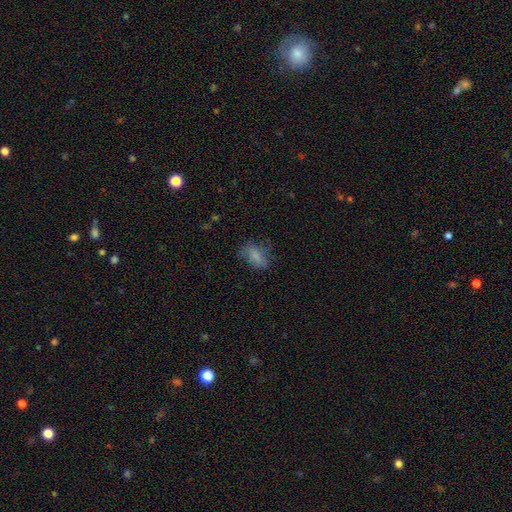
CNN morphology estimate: This appears to be a smooth galaxy with no disk features (75%) that is in between round and cigar-shaped (86%). Merging: none (59%).